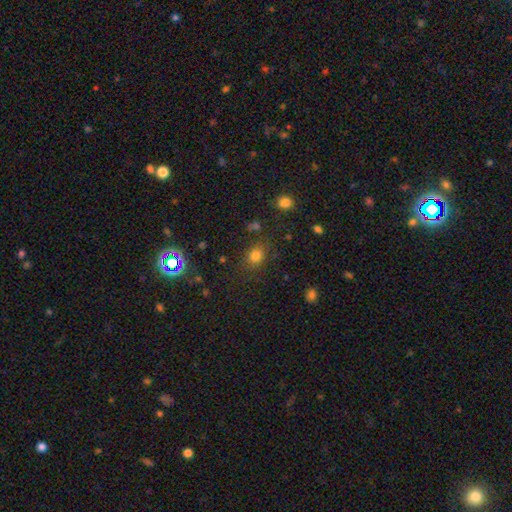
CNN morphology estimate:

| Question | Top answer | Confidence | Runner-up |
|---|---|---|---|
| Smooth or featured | smooth | 78% | star or artifact (16%) |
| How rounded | round | 67% | in between (32%) |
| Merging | none | 78% | minor disturbance (13%) |